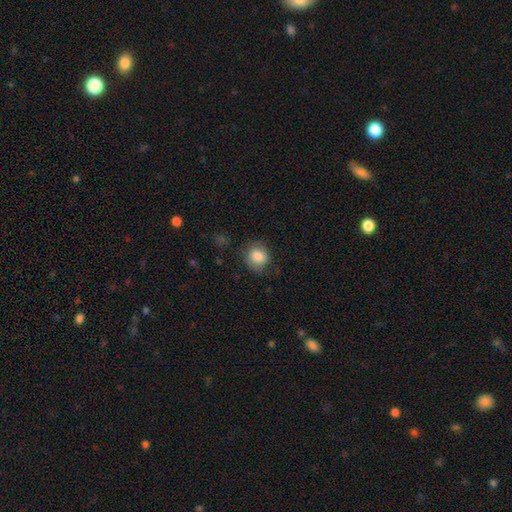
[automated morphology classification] A smooth galaxy with no disk features (83%) that is round (76%).

Vote fractions:
- Smooth or featured? smooth: 83% / featured or disk: 9% / star or artifact: 8%
- How rounded? round: 76% / in between: 23% / cigar-shaped: 1%
- Merging? none: 76% / minor disturbance: 18% / major disturbance: 5% / merger: 1%